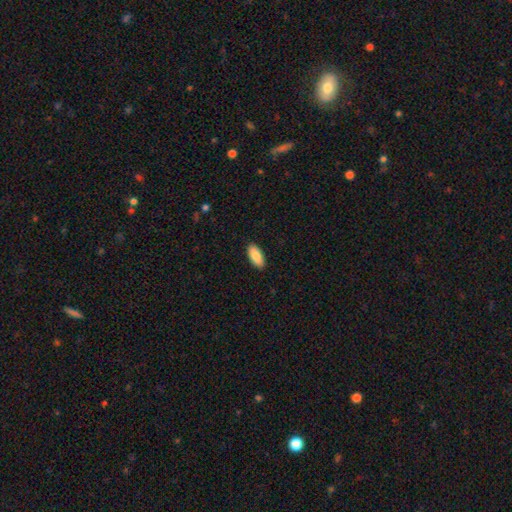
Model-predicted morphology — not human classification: Smooth or featured: smooth — 87% (featured or disk — 7%)
How rounded: in between — 89% (cigar-shaped — 9%)
Merging: none — 89% (minor disturbance — 8%)